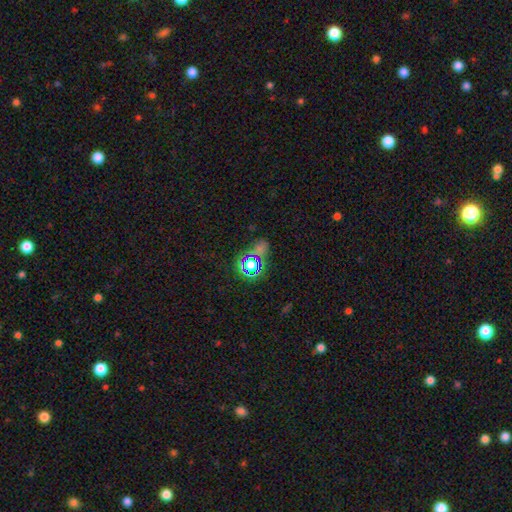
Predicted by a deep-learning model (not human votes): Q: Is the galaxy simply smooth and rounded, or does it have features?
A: star or artifact — 61%.